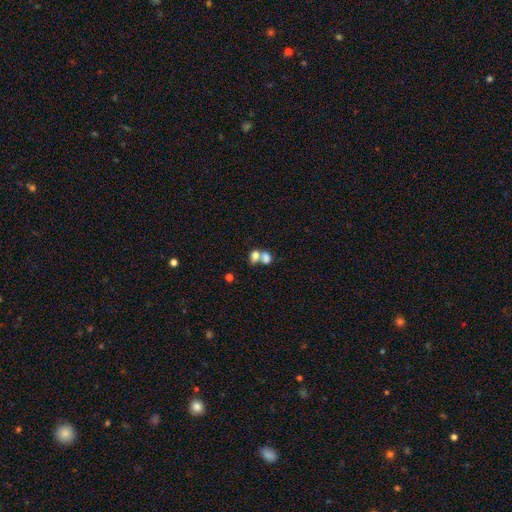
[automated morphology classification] The model was most divided on "merging": merger: 67%, none: 22%, minor disturbance: 7%, major disturbance: 5%. More confident: how rounded — in between (77%); smooth or featured — smooth (76%).